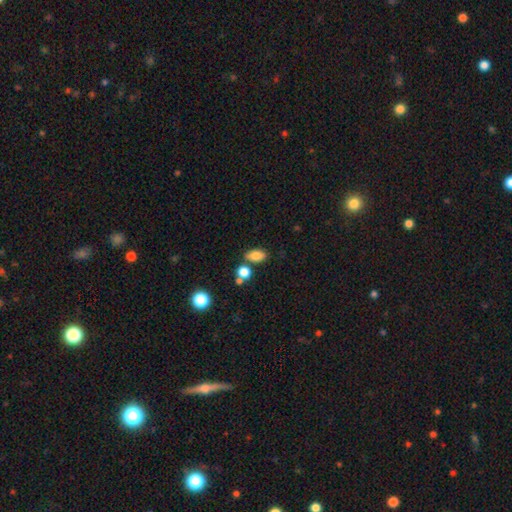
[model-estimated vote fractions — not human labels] A smooth galaxy with no disk features (83%) that is in between round and cigar-shaped (86%).

Vote fractions:
- Smooth or featured? smooth: 83% / star or artifact: 11% / featured or disk: 7%
- How rounded? in between: 86% / round: 12% / cigar-shaped: 3%
- Merging? none: 72% / minor disturbance: 13% / merger: 11% / major disturbance: 4%